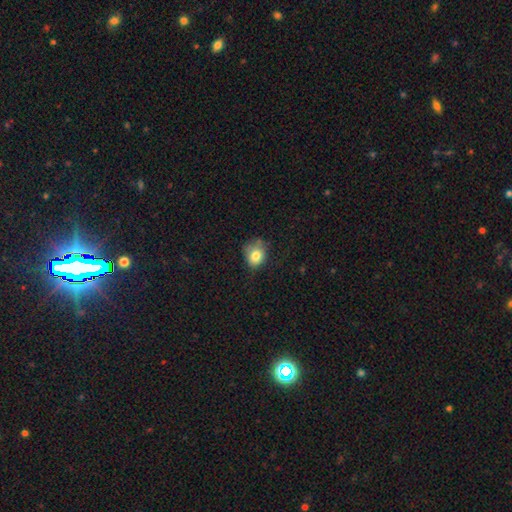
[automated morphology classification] type=smooth (80%); roundness=round (55%); merging=none (53%).